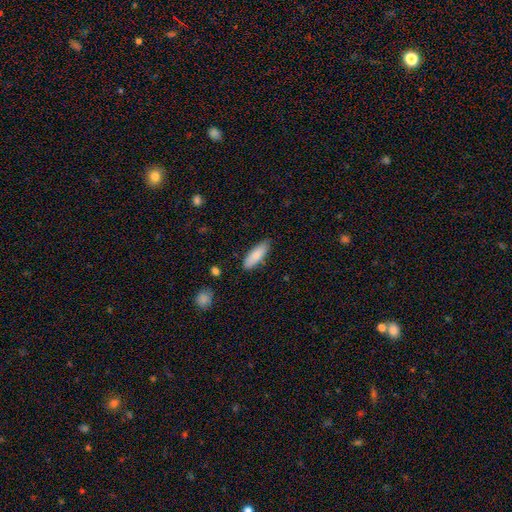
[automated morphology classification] Smooth or featured: smooth — 83% (featured or disk — 11%)
How rounded: in between — 58% (cigar-shaped — 40%)
Merging: none — 82% (minor disturbance — 14%)